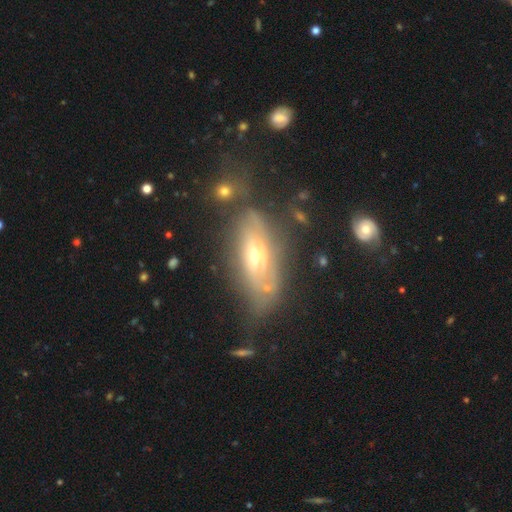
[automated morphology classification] Smooth or featured?
  - featured or disk: 63% *
  - smooth: 28%
  - star or artifact: 9%
Edge-on disk?
  - no: 71% *
  - yes: 29%
Merging?
  - none: 61% *
  - minor disturbance: 23%
  - major disturbance: 11%
  - merger: 6%